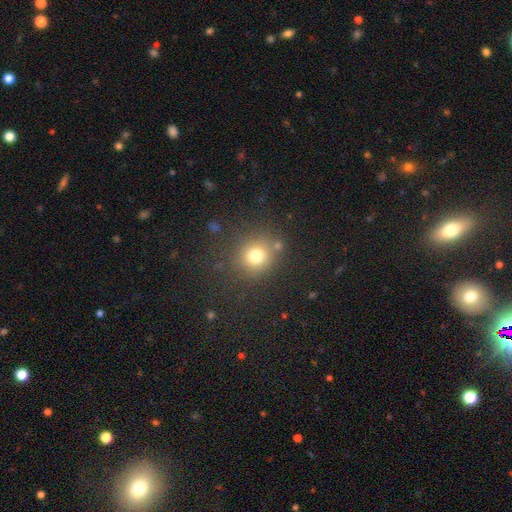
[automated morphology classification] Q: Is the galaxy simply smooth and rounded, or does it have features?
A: smooth — 76%.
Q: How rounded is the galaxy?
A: round — 83%.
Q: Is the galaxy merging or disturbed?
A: none — 79%.